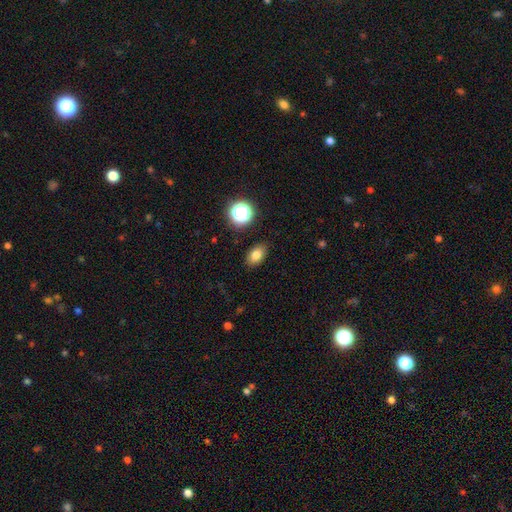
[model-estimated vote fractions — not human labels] Overall: smooth (78%). How rounded: in between (84%). Merging: none (87%).